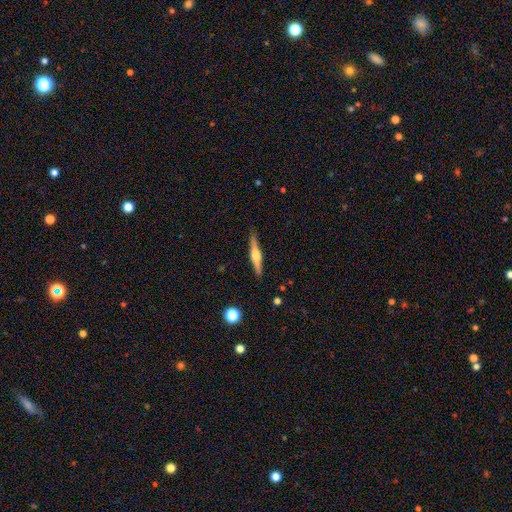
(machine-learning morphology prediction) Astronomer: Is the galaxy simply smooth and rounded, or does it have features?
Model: featured or disk — 69%.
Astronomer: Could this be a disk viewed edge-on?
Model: yes — 98%.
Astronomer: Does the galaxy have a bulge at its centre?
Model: rounded — 92%.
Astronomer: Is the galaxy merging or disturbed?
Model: none — 89%.